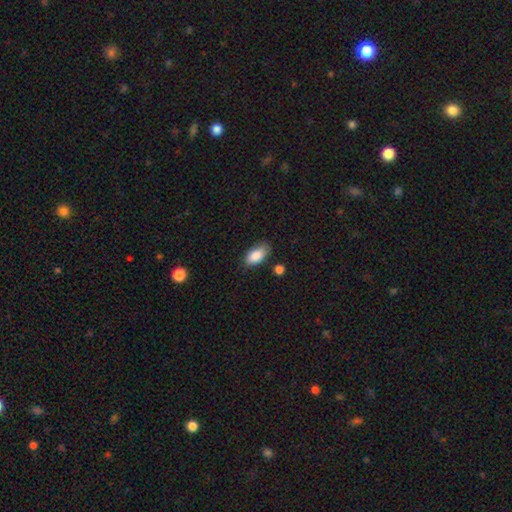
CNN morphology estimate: The model was most divided on "merging": none: 75%, minor disturbance: 18%, major disturbance: 4%, merger: 3%. More confident: how rounded — in between (91%); smooth or featured — smooth (87%).